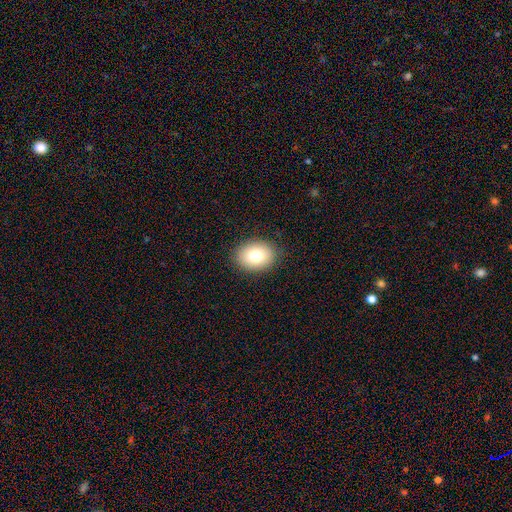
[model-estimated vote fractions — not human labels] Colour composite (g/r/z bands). It shows a smooth galaxy with no disk features (79%) that is in between round and cigar-shaped (62%). Merging: none (88%).